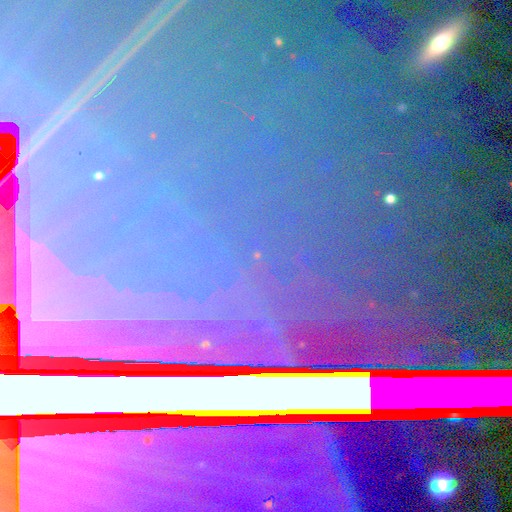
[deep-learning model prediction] Morphology: type=star or artifact (76%).